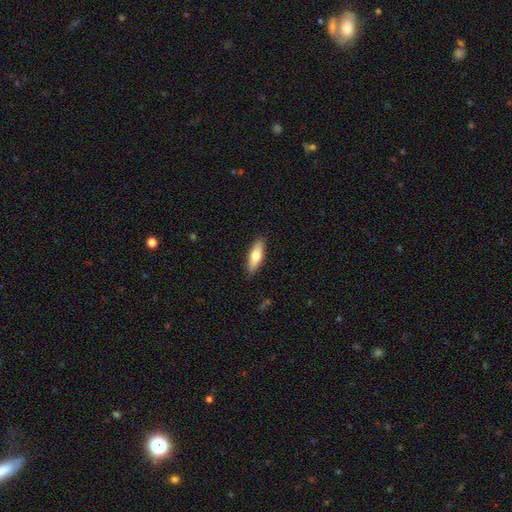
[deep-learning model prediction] smooth-or-featured: smooth: 70% | featured or disk: 25% | star or artifact: 6%
  how-rounded: in between: 56% | cigar-shaped: 41% | round: 2%
  merging: none: 88% | minor disturbance: 9% | major disturbance: 2% | merger: 1%